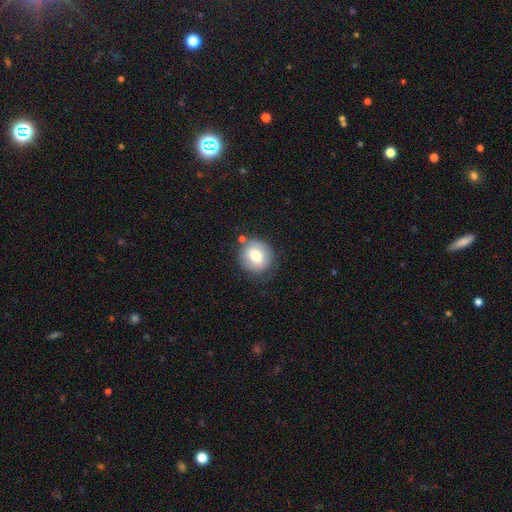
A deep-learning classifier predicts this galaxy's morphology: This is likely a smooth galaxy (71%). How rounded: clearly round (81%). Merging: likely none (71%).